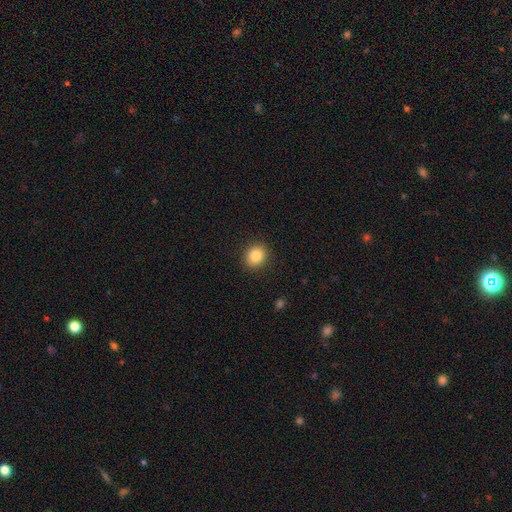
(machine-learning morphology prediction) type=smooth (85%); roundness=round (75%); merging=none (90%).